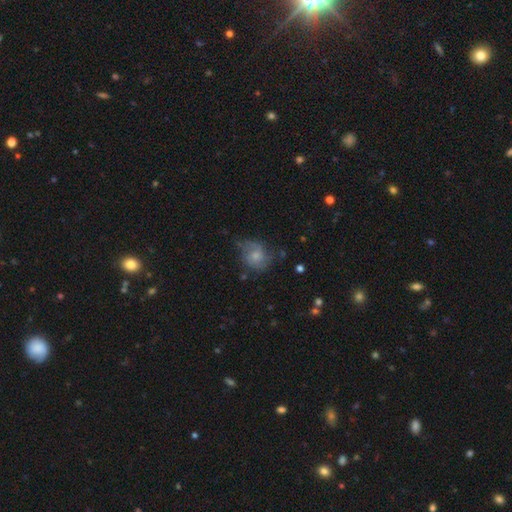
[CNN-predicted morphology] type=smooth (55%); roundness=round (63%); merging=none (50%).